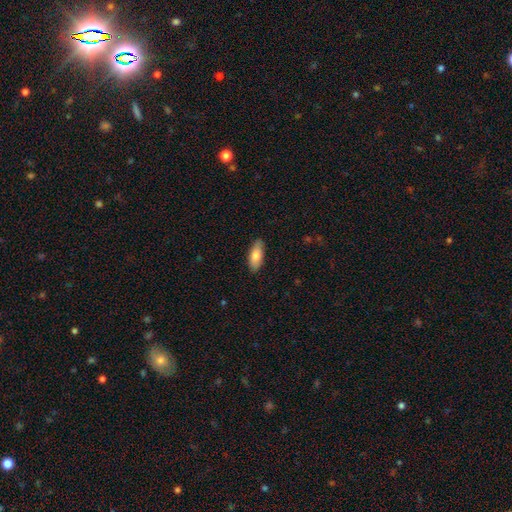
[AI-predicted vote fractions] A smooth galaxy with no disk features (80%) that is in between round and cigar-shaped (75%).

Vote fractions:
- Smooth or featured? smooth: 80% / featured or disk: 14% / star or artifact: 6%
- How rounded? in between: 75% / cigar-shaped: 23% / round: 2%
- Merging? none: 87% / minor disturbance: 10% / major disturbance: 2% / merger: 1%